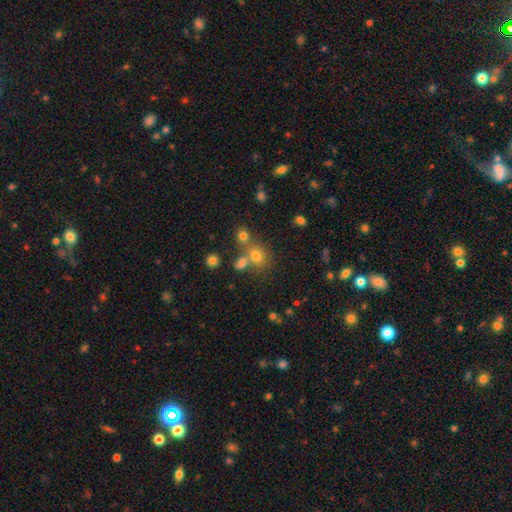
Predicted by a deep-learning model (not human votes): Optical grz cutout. It shows a smooth galaxy with no disk features (66%) that is round (69%). Merging: none (56%).